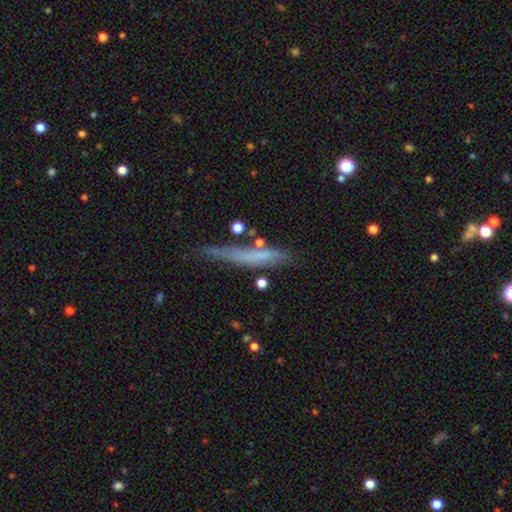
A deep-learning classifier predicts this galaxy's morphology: Q: Smooth or featured?
A: smooth (57%); runner-up: featured or disk (35%)
Q: How rounded?
A: cigar-shaped (92%); runner-up: in between (6%)
Q: Merging?
A: none (64%); runner-up: minor disturbance (24%)